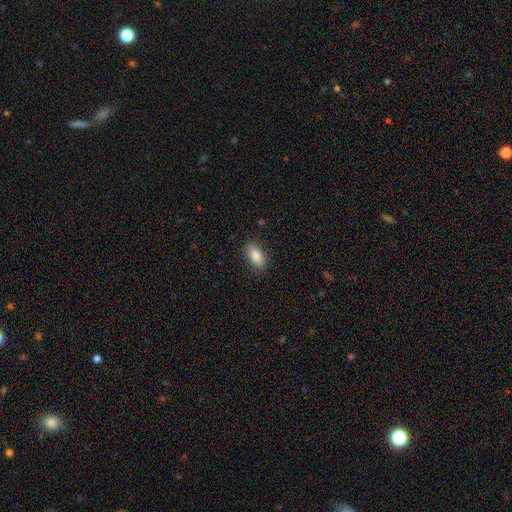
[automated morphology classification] smooth 86%, star or artifact 7%, featured or disk 7%. Down the decision tree: how rounded — in between (89%); merging — none (86%).